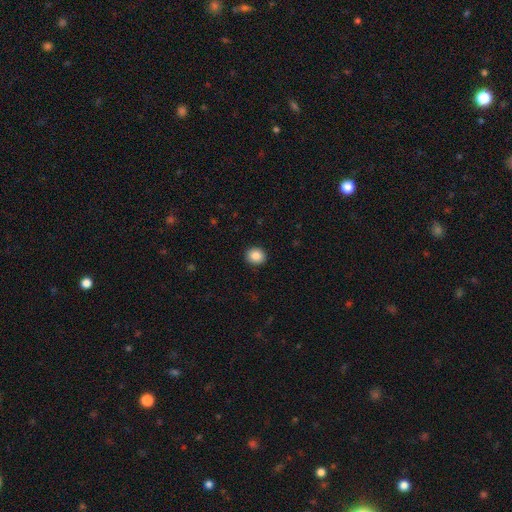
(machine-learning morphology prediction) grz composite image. It shows a smooth galaxy with no disk features (87%) that is round (81%). Merging: none (92%).